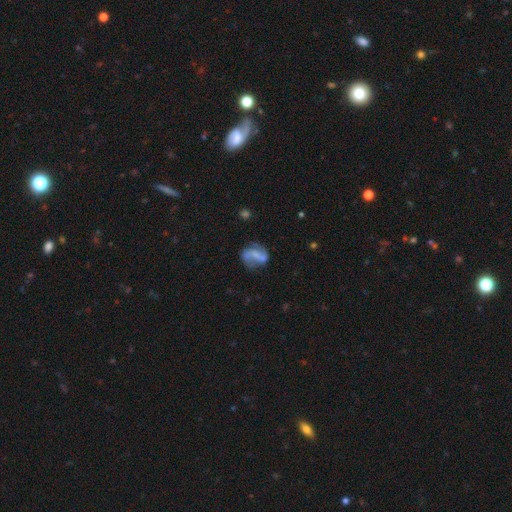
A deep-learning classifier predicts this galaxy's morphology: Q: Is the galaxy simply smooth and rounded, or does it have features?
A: featured or disk — 69%.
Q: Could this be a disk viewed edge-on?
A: no — 98%.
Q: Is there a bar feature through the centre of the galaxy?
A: weak — 35%.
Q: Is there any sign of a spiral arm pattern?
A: yes — 82%.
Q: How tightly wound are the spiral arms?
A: loose — 56%.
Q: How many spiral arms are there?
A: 2 — 84%.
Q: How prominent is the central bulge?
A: none — 58%.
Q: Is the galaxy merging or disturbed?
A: none — 55%.